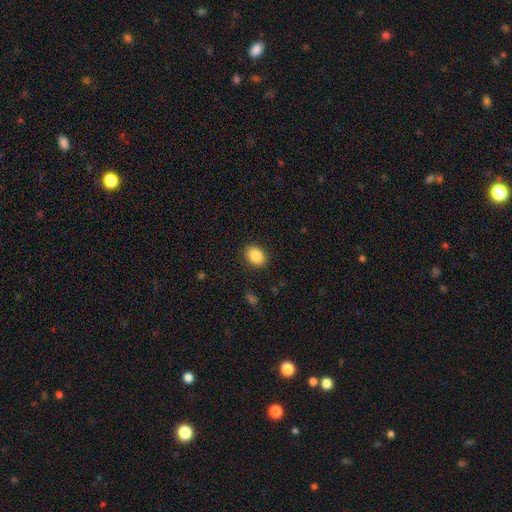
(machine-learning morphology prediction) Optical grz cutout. It shows a smooth galaxy with no disk features (87%) that is in between round and cigar-shaped (65%). Merging: none (89%).